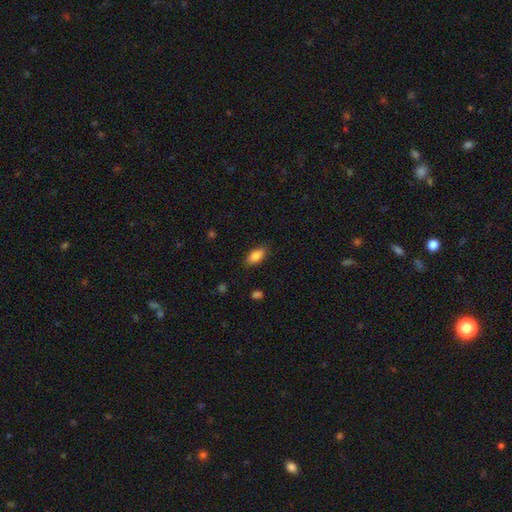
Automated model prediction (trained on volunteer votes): Morphology: type=smooth (85%); roundness=in between (86%); merging=none (84%).